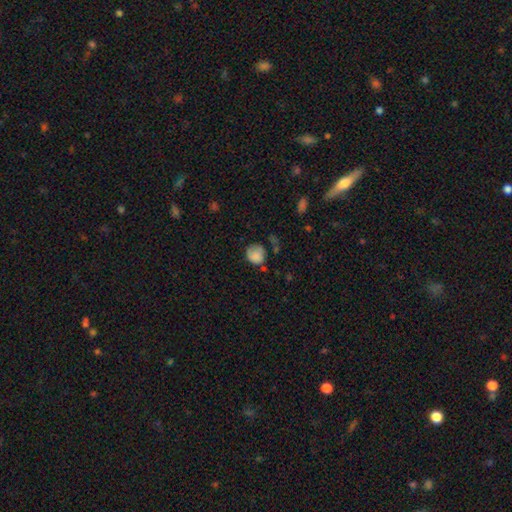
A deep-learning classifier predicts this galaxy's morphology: smooth 80%, featured or disk 11%, star or artifact 9%. Down the decision tree: how rounded — round (79%); merging — none (52%).